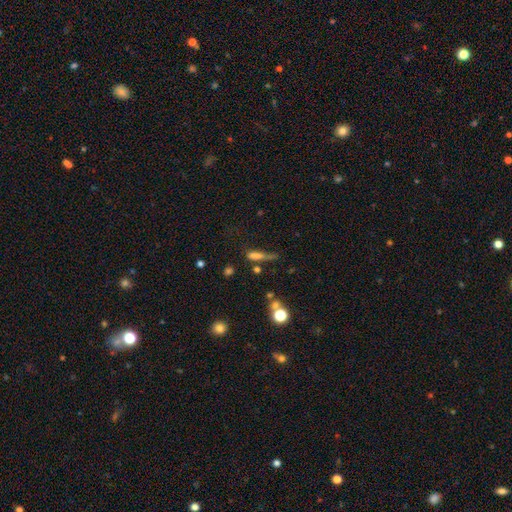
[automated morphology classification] Smooth or featured: smooth — 65% (featured or disk — 19%)
How rounded: cigar-shaped — 72% (in between — 23%)
Merging: none — 40% (minor disturbance — 25%)